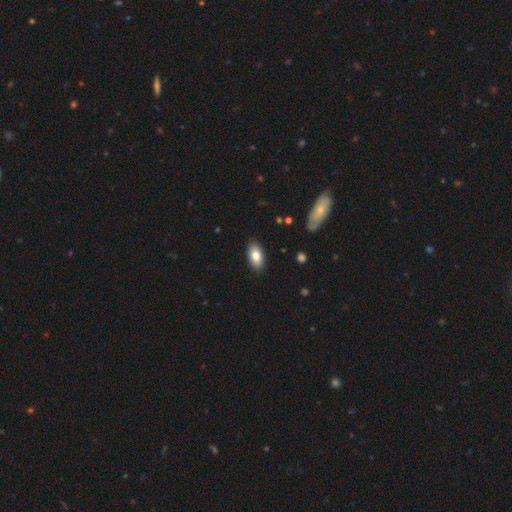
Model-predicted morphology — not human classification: A smooth galaxy with no disk features (83%) that is in between round and cigar-shaped (93%).

Vote fractions:
- Smooth or featured? smooth: 83% / featured or disk: 10% / star or artifact: 6%
- How rounded? in between: 93% / cigar-shaped: 4% / round: 3%
- Merging? none: 88% / minor disturbance: 9% / major disturbance: 2% / merger: 1%